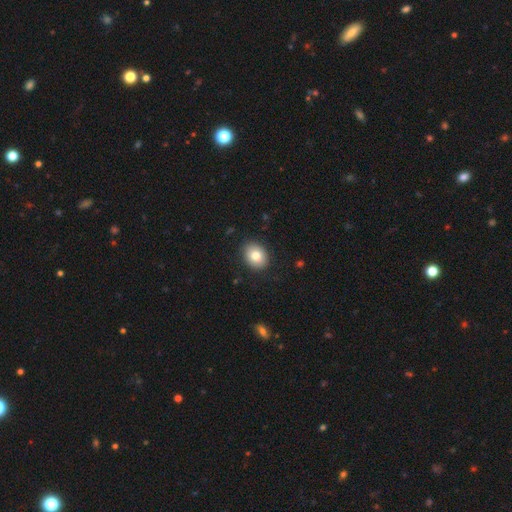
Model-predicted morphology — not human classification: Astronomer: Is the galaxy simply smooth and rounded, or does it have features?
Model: smooth — 82%.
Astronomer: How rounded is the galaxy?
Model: in between — 52% (runner-up: round, 47%).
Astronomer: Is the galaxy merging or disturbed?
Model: none — 89%.